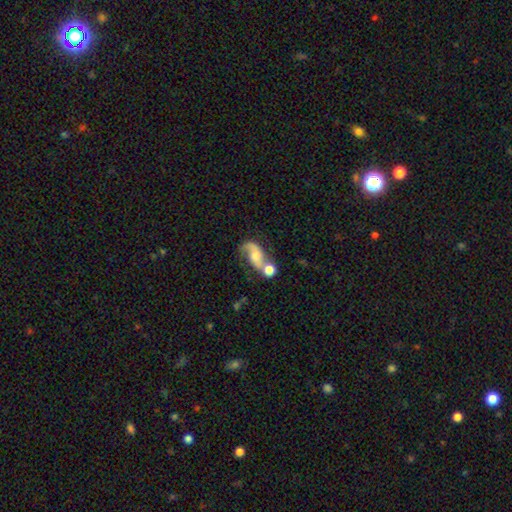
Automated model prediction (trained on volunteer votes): This is likely a featured or disk galaxy (67%). It is clearly not viewed edge-on (96%). Bar: likely no (61%). Spiral arm pattern: clearly yes (89%). Spiral arm count: likely 2 (80%). Spiral winding: likely loose (68%). Central bulge: possibly moderate (46%). Merging: marginally merger (41%).